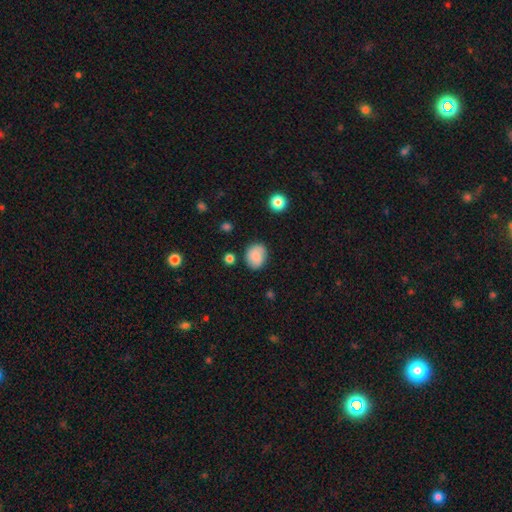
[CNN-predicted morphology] This appears to be a smooth galaxy with no disk features (84%) that is round (53%). Merging: none (78%).